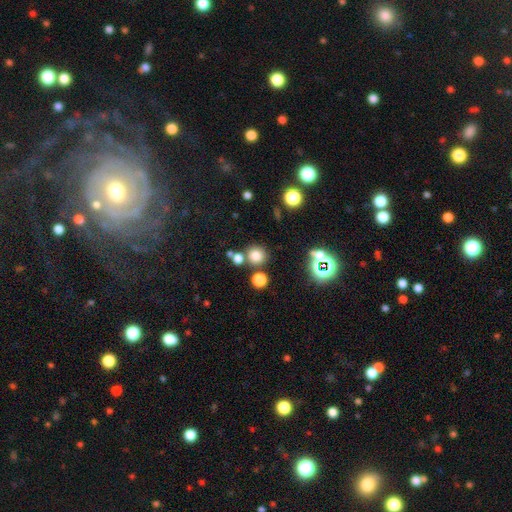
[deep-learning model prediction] A smooth galaxy with no disk features (74%) that is round (90%).

Vote fractions:
- Smooth or featured? smooth: 74% / star or artifact: 19% / featured or disk: 7%
- How rounded? round: 90% / in between: 9% / cigar-shaped: 1%
- Merging? none: 74% / merger: 14% / minor disturbance: 9% / major disturbance: 4%